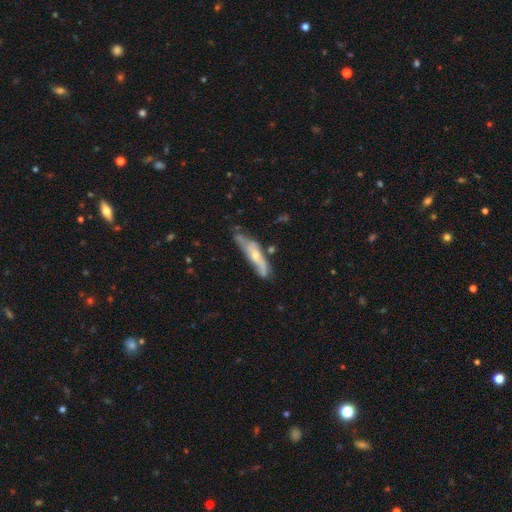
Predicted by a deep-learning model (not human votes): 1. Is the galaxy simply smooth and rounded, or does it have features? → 57% featured or disk, 37% smooth, 6% star or artifact.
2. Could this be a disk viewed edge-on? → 55% no, 45% yes.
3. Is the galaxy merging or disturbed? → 49% none, 33% minor disturbance, 12% major disturbance, 6% merger.